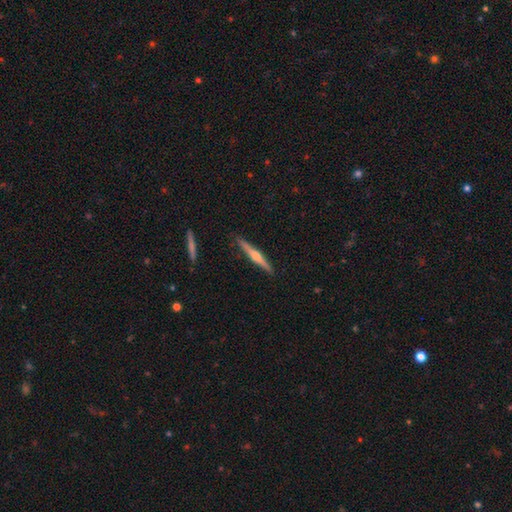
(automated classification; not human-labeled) This appears to be a featured or disk galaxy (65%) viewed edge-on (98%) with a rounded central bulge (85%). Merging: none (90%).